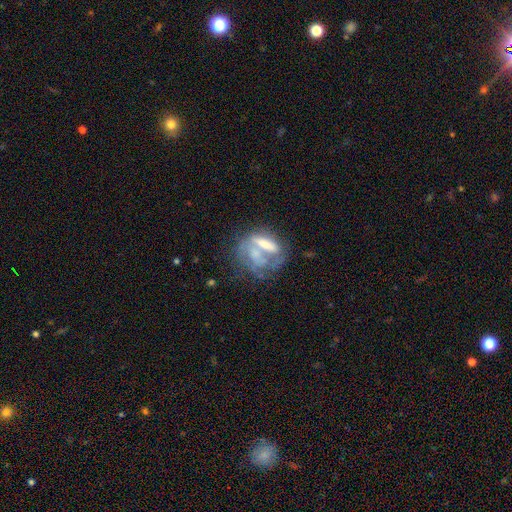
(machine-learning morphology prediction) Smooth or featured?
  - featured or disk: 51% *
  - smooth: 38%
  - star or artifact: 11%
Edge-on disk?
  - no: 90% *
  - yes: 10%
Merging?
  - none: 31% *
  - merger: 29%
  - major disturbance: 24%
  - minor disturbance: 16%